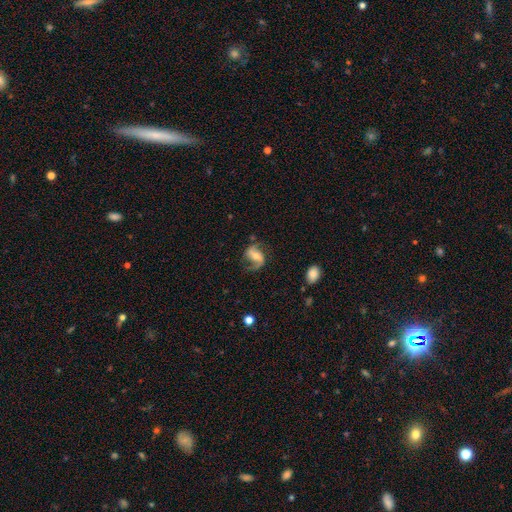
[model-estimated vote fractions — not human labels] smooth-or-featured: featured or disk: 83% | smooth: 11% | star or artifact: 6%
  disk-edge-on: no: 97% | yes: 3%
    bar: weak: 39% | no: 36% | strong: 25%
    has-spiral-arms: yes: 95% | no: 5%
      spiral-winding: loose: 51% | medium: 38% | tight: 10%
      spiral-arm-count: 2: 86% | 1: 8% | can't tell: 3% | 3: 1% | 4: 1% | more than 4: 1%
    bulge-size: moderate: 56% | small: 36% | large: 4% | none: 2% | dominant: 1%
  merging: none: 69% | minor disturbance: 18% | major disturbance: 12% | merger: 2%